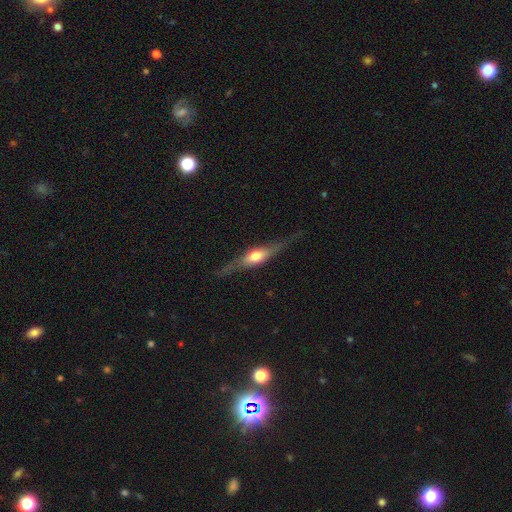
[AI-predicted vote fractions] A featured or disk galaxy (68%) viewed edge-on (93%) with a rounded central bulge (84%). Merging: none (78%).